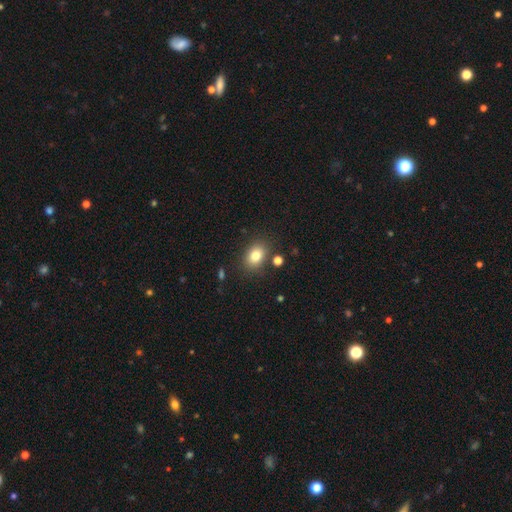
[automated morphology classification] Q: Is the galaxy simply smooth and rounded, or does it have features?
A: smooth — 81%.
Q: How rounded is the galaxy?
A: in between — 66%.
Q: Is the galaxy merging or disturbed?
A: none — 81%.